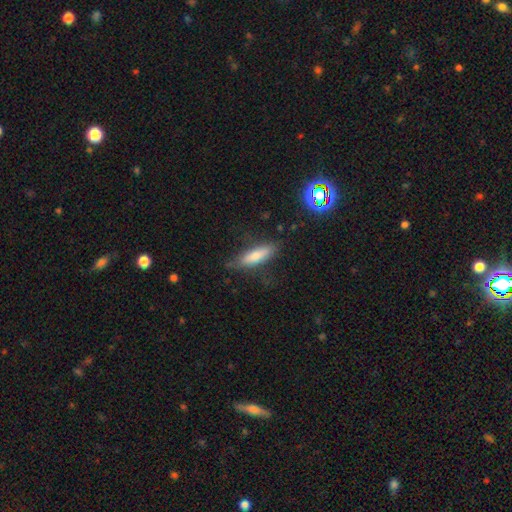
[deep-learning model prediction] smooth-or-featured: smooth: 73% | featured or disk: 20% | star or artifact: 7%
  how-rounded: cigar-shaped: 63% | in between: 35% | round: 2%
  merging: none: 72% | minor disturbance: 19% | major disturbance: 7% | merger: 2%